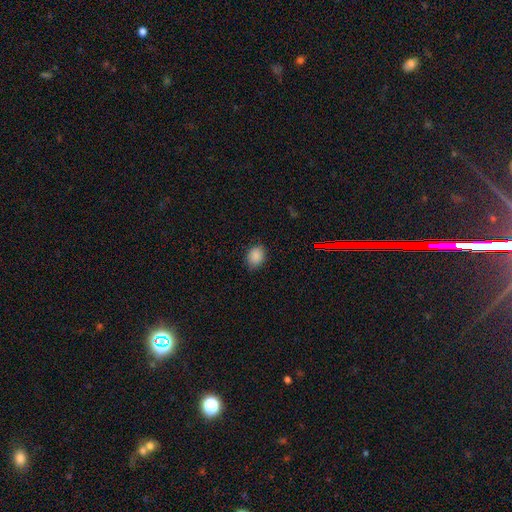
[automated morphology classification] This appears to be a smooth galaxy with no disk features (86%) that is round (50%). Merging: none (80%).